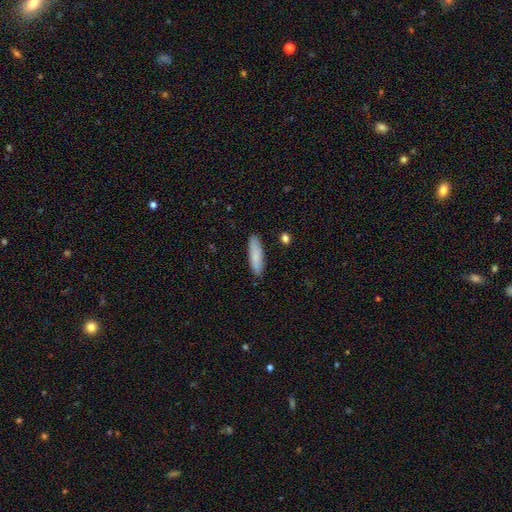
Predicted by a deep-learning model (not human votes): The model was most divided on "how rounded": cigar-shaped: 64%, in between: 35%, round: 2%. More confident: merging — none (88%); smooth or featured — smooth (86%).